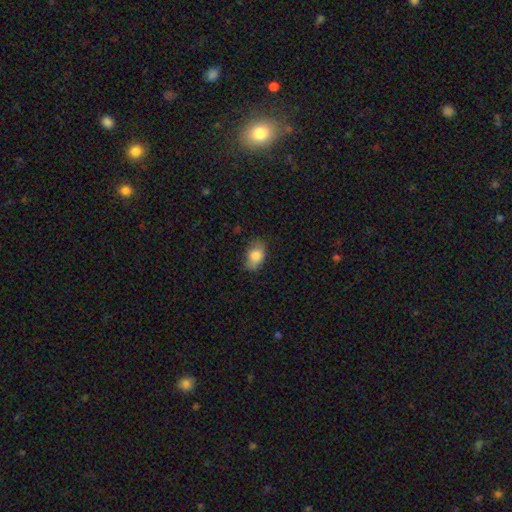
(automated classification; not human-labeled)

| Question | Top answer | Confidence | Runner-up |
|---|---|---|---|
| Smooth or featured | smooth | 82% | featured or disk (11%) |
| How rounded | in between | 87% | round (12%) |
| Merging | none | 72% | minor disturbance (21%) |